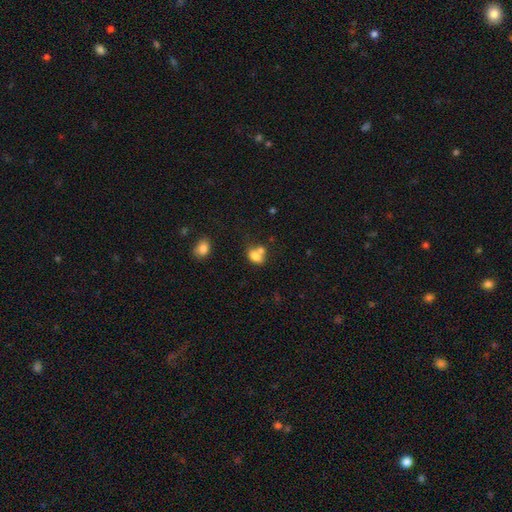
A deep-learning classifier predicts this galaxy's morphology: type=smooth (76%); roundness=in between (70%); merging=merger (49%).